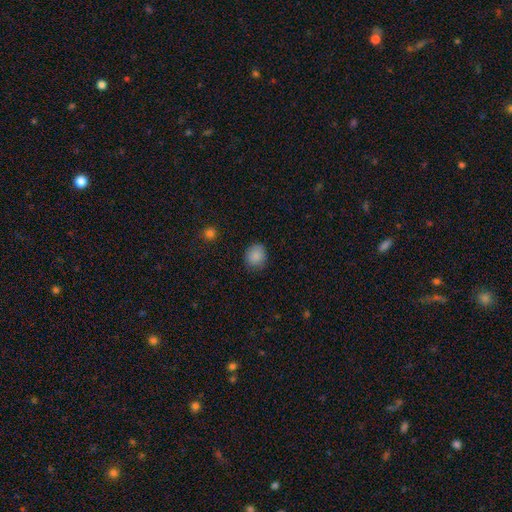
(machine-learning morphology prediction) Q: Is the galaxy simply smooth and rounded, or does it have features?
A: smooth — 87%.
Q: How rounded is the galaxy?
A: round — 72%.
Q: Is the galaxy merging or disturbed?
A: none — 84%.